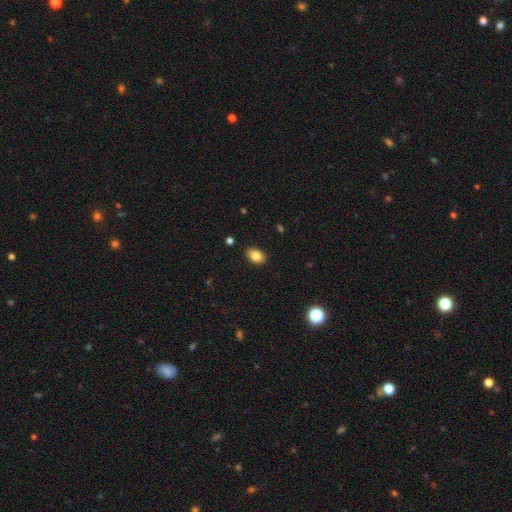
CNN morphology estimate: Smooth or featured? smooth (85%)
How rounded? in between (82%)
Merging? none (88%)